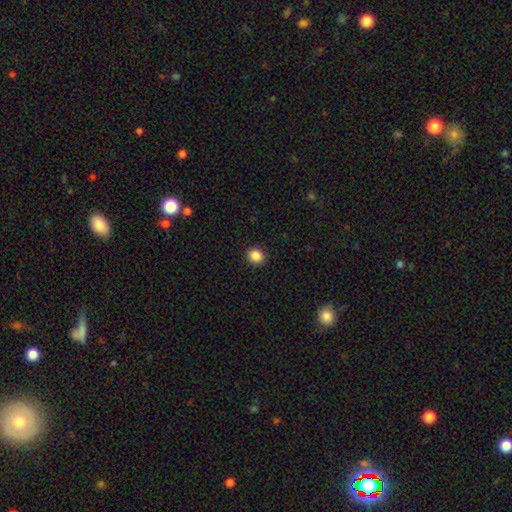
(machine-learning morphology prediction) smooth_or_featured: smooth (p=0.87) [alt: star or artifact p=0.10]
how_rounded: round (p=0.69) [alt: in between p=0.30]
merging: none (p=0.92) [alt: minor disturbance p=0.06]